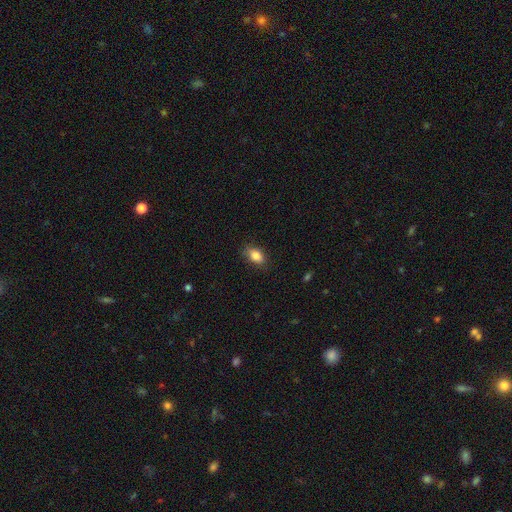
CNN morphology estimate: Smooth or featured? Predicted: smooth (p=0.85). How rounded? Predicted: in between (p=0.86). Merging? Predicted: none (p=0.86).